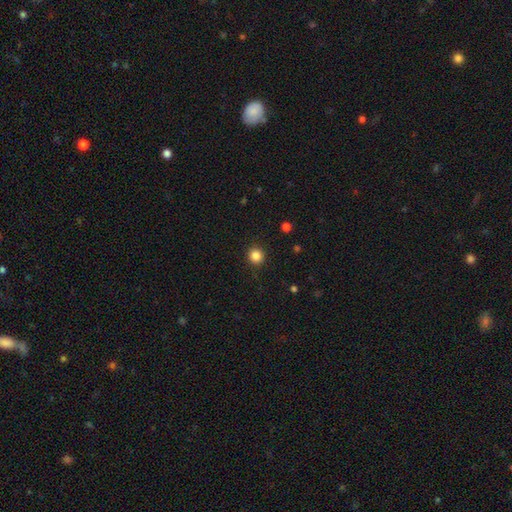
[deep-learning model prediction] The model was most divided on "smooth or featured": smooth: 85%, star or artifact: 11%, featured or disk: 3%. More confident: how rounded — round (93%); merging — none (92%).